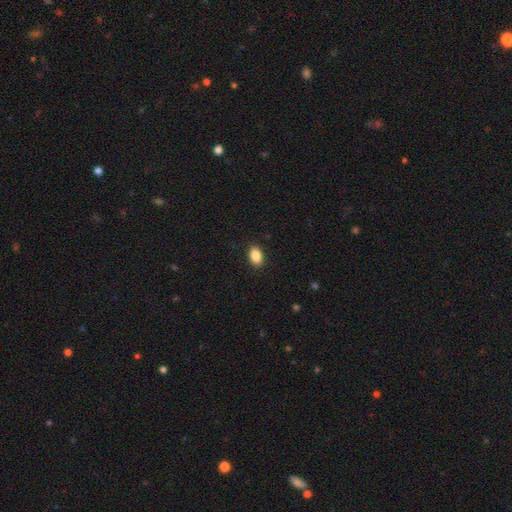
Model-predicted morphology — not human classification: Smooth or featured?
  - smooth: 87% *
  - star or artifact: 8%
  - featured or disk: 5%
How rounded?
  - in between: 86% *
  - round: 12%
  - cigar-shaped: 1%
Merging?
  - none: 90% *
  - minor disturbance: 7%
  - major disturbance: 2%
  - merger: 1%